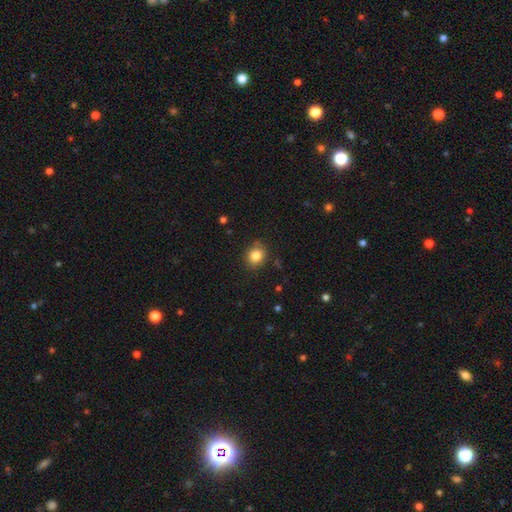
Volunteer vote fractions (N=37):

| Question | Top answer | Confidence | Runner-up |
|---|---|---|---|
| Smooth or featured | smooth | 95% | featured or disk (3%) |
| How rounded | round | 80% | in between (20%) |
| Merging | none | 78% | minor disturbance (17%) |